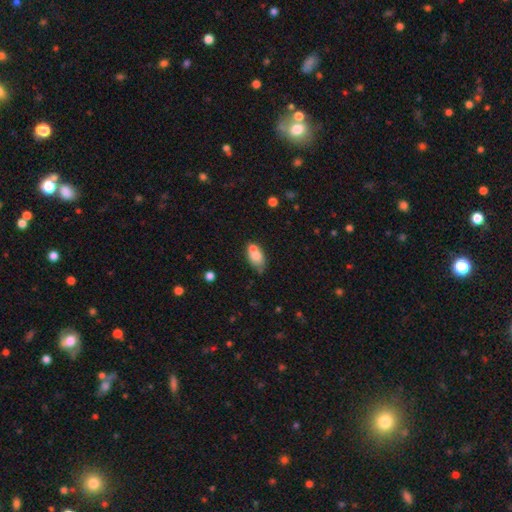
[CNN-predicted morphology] Q: Smooth or featured?
A: smooth (72%); runner-up: featured or disk (19%)
Q: How rounded?
A: in between (86%); runner-up: round (10%)
Q: Merging?
A: none (41%); runner-up: merger (36%)